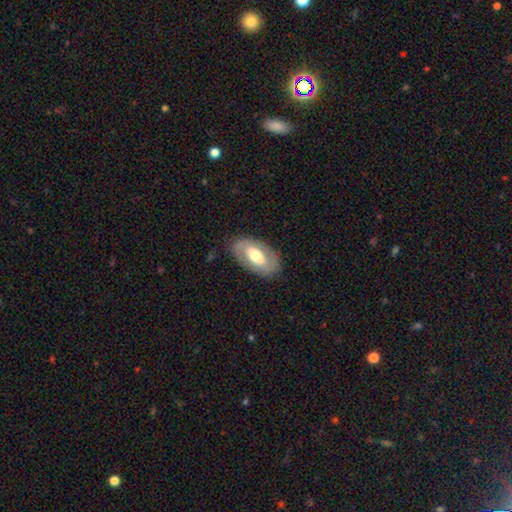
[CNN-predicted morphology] Overall: featured or disk (51%; smooth 43%). Edge-on disk: no (91%). Merging: none (82%).